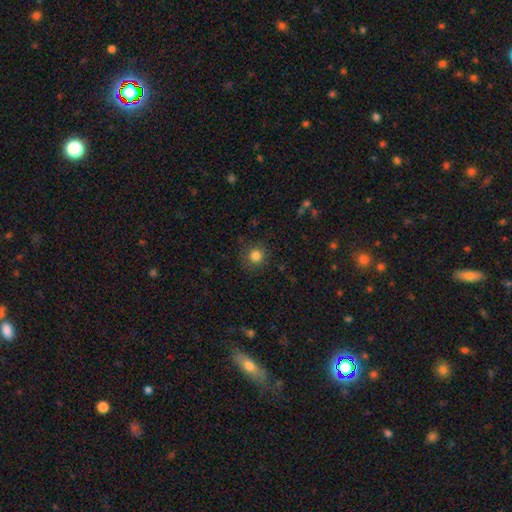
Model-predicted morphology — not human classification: type=smooth (83%); roundness=round (91%); merging=none (86%).